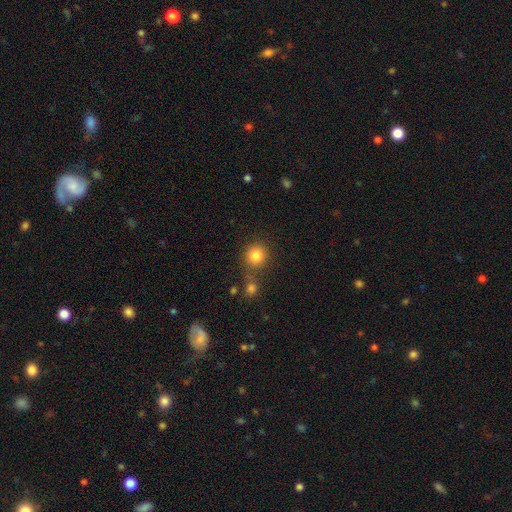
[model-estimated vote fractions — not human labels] A smooth galaxy with no disk features (83%) that is round (90%). Merging: none (73%).